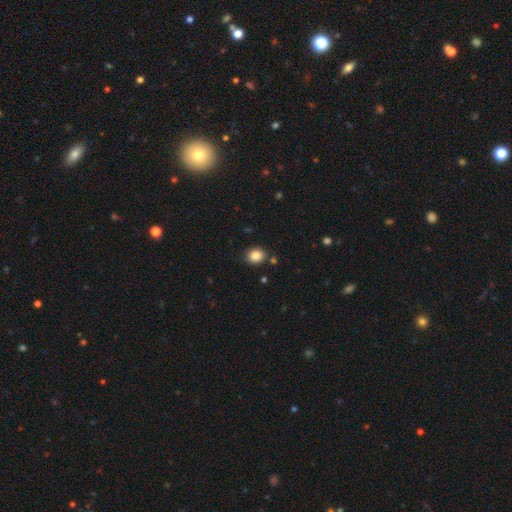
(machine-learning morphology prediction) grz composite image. It shows a smooth galaxy with no disk features (86%) that is round (64%). Merging: none (84%).